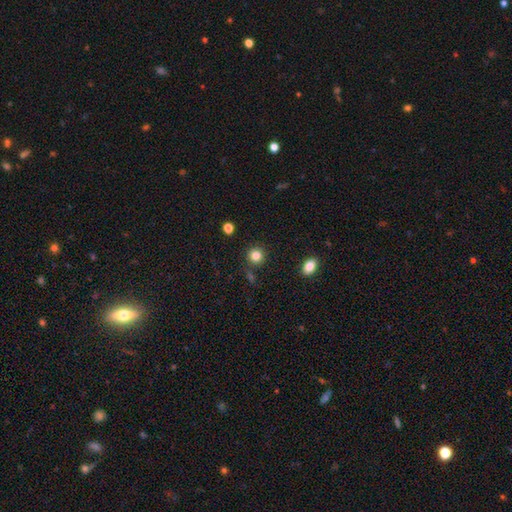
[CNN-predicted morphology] Overall: smooth (83%). How rounded: round (91%). Merging: none (87%).